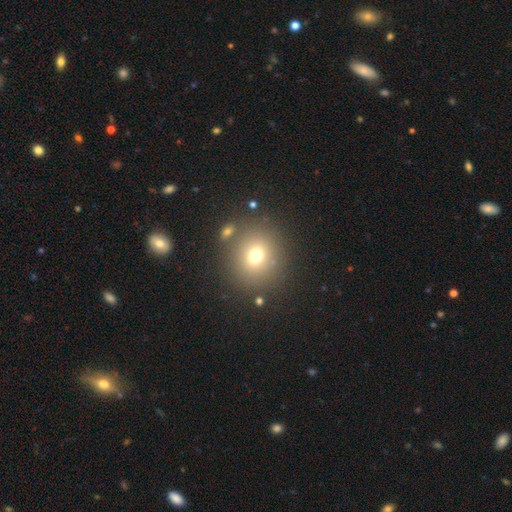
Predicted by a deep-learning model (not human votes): Overall: smooth (71%). How rounded: round (85%). Merging: none (80%).